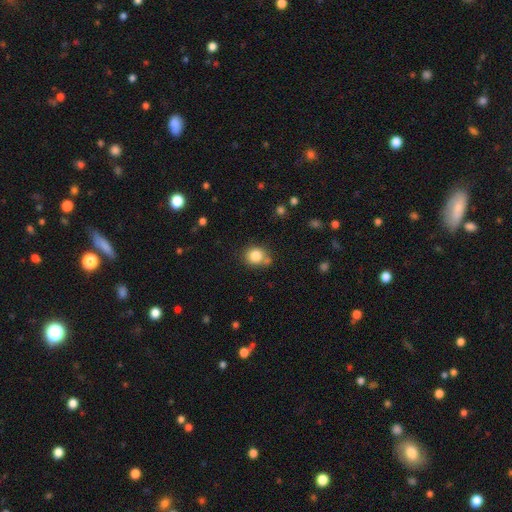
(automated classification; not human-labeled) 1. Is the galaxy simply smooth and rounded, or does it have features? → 83% smooth, 10% star or artifact, 6% featured or disk.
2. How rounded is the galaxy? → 79% round, 20% in between, 1% cigar-shaped.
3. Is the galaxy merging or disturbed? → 69% none, 14% minor disturbance, 13% merger, 4% major disturbance.